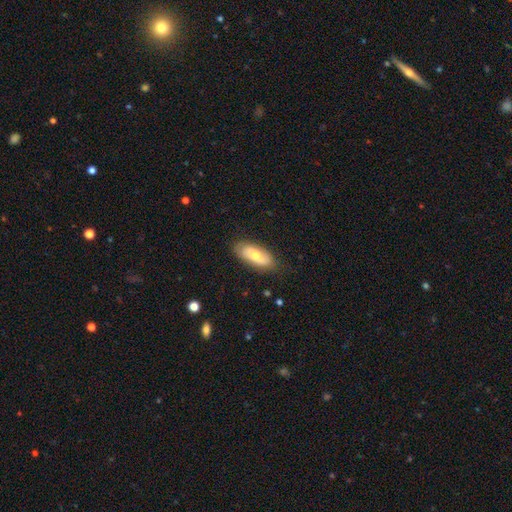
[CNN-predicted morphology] The model was most divided on "smooth or featured": smooth: 58%, featured or disk: 36%, star or artifact: 6%. More confident: how rounded — in between (83%); merging — none (79%).